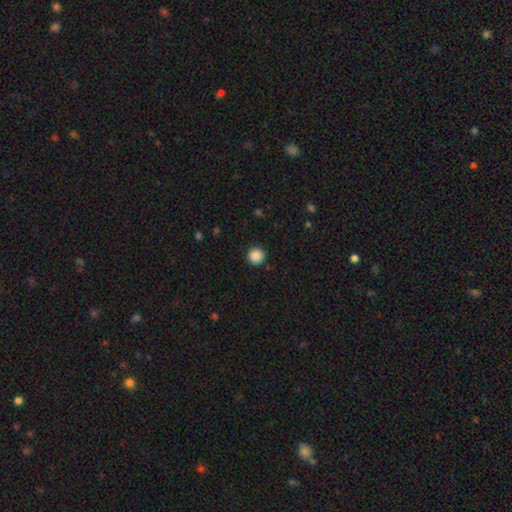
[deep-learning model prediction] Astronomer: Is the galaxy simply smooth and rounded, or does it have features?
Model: smooth — 87%.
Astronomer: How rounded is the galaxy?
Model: round — 95%.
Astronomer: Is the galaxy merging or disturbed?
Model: none — 91%.